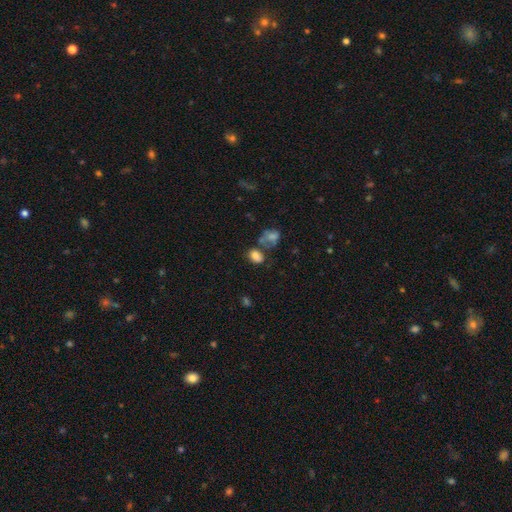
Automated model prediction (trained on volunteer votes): smooth_or_featured: smooth (p=0.77) [alt: star or artifact p=0.12]
how_rounded: in between (p=0.72) [alt: round p=0.26]
merging: none (p=0.43) [alt: merger p=0.29]